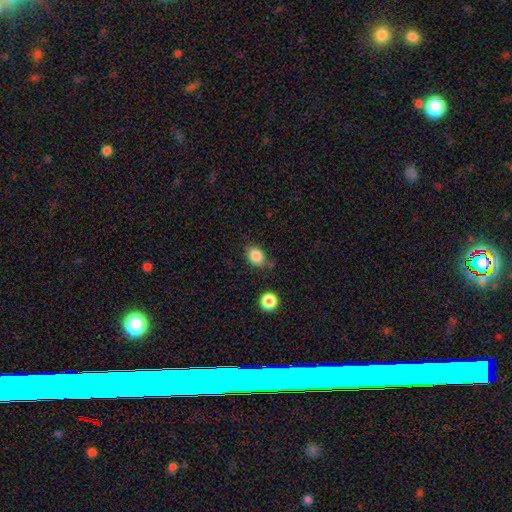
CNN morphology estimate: A smooth galaxy with no disk features (86%) that is in between round and cigar-shaped (59%).

Vote fractions:
- Smooth or featured? smooth: 86% / star or artifact: 10% / featured or disk: 5%
- How rounded? in between: 59% / round: 40% / cigar-shaped: 1%
- Merging? none: 71% / minor disturbance: 17% / merger: 7% / major disturbance: 4%